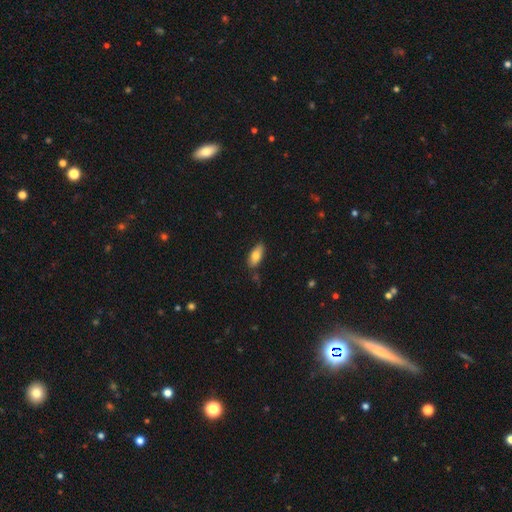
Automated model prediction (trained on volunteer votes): This appears to be a smooth galaxy with no disk features (78%) that is in between round and cigar-shaped (83%). Merging: none (82%).